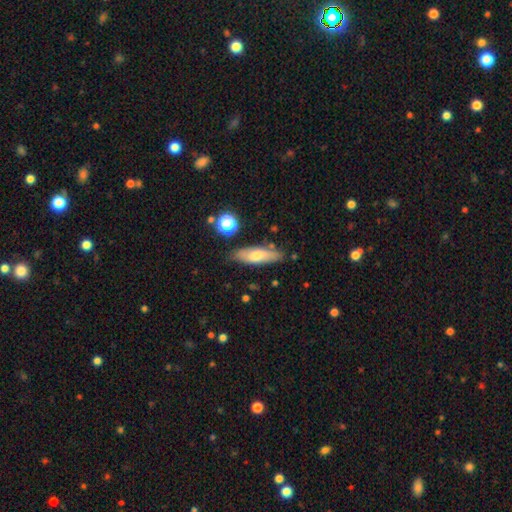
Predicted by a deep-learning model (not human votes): smooth-or-featured: smooth: 58% | featured or disk: 34% | star or artifact: 8%
  how-rounded: cigar-shaped: 55% | in between: 42% | round: 3%
  merging: none: 82% | minor disturbance: 13% | merger: 3% | major disturbance: 3%